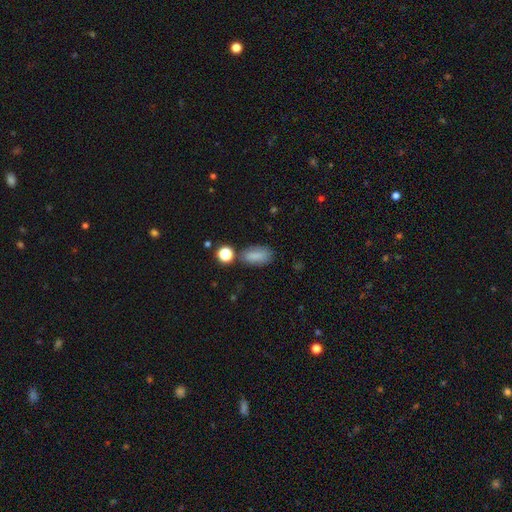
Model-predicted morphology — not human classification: Smooth or featured?
  - smooth: 83% *
  - star or artifact: 10%
  - featured or disk: 7%
How rounded?
  - in between: 87% *
  - round: 7%
  - cigar-shaped: 6%
Merging?
  - none: 70% *
  - minor disturbance: 16%
  - merger: 8%
  - major disturbance: 5%